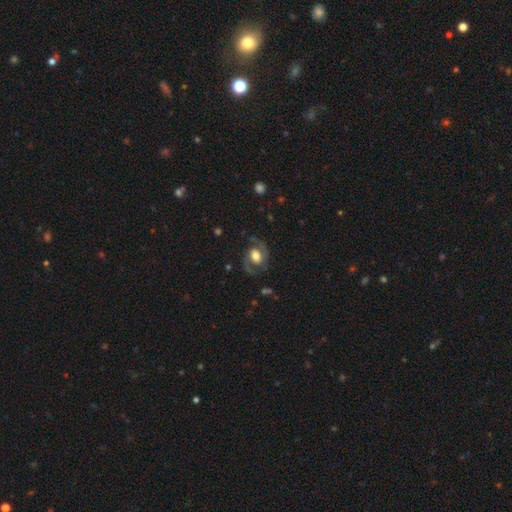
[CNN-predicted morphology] A featured or disk galaxy (78%) with no bar (51%), 2 (91%) medium (56%) spiral arms (90%) and a moderate central bulge (49%). Merging: none (76%).